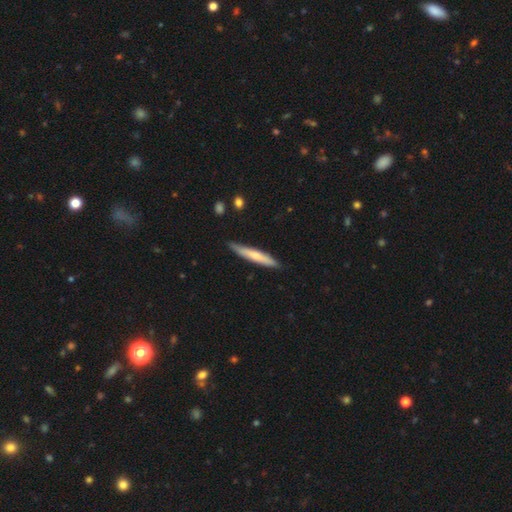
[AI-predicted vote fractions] Morphology: type=smooth (60%); roundness=cigar-shaped (93%); merging=none (84%).